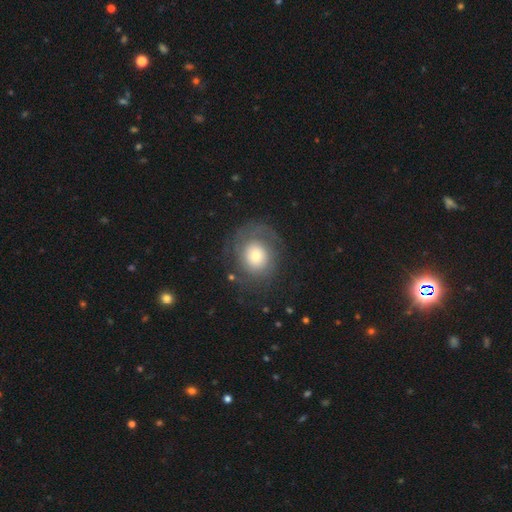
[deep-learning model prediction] Overall: featured or disk (55%; smooth 36%). Edge-on disk: no (97%). Bar: no (83%). Spiral arms: yes (75%). Bulge size: moderate (42%; small 29%). Merging: none (69%).